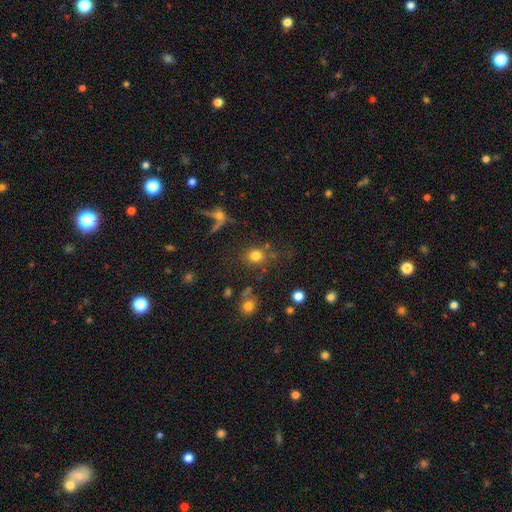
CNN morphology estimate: Q: Smooth or featured?
A: smooth (76%); runner-up: star or artifact (15%)
Q: How rounded?
A: round (79%); runner-up: in between (19%)
Q: Merging?
A: none (73%); runner-up: minor disturbance (12%)